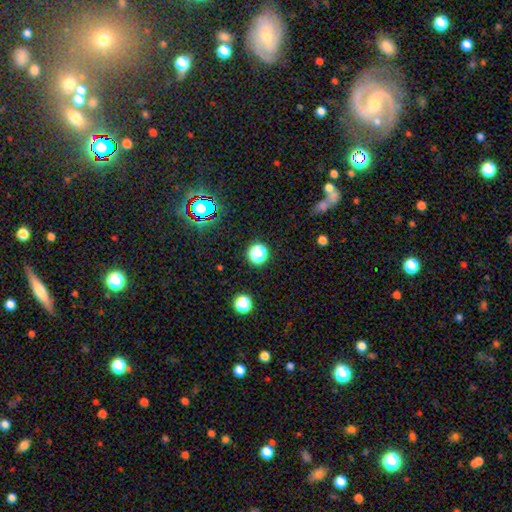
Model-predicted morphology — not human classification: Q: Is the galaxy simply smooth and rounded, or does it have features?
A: smooth — 52%.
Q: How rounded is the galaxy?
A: round — 88%.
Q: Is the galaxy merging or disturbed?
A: none — 83%.